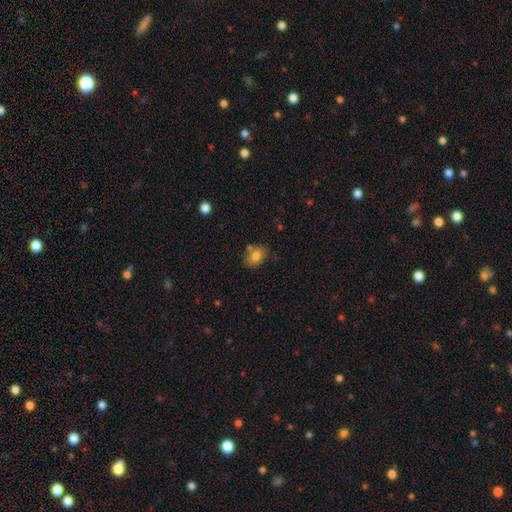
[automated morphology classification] A smooth galaxy with no disk features (80%) that is in between round and cigar-shaped (77%). Merging: none (69%).